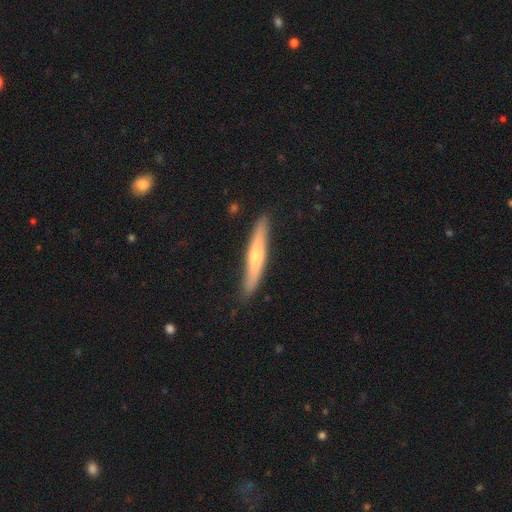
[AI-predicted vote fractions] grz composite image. It shows a featured or disk galaxy (56%) viewed edge-on (89%). Merging: none (84%).